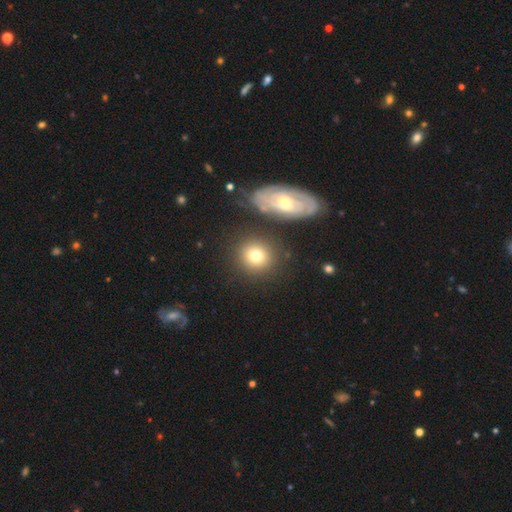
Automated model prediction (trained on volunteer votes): This is likely a smooth galaxy (75%). How rounded: clearly round (87%). Merging: likely none (80%).